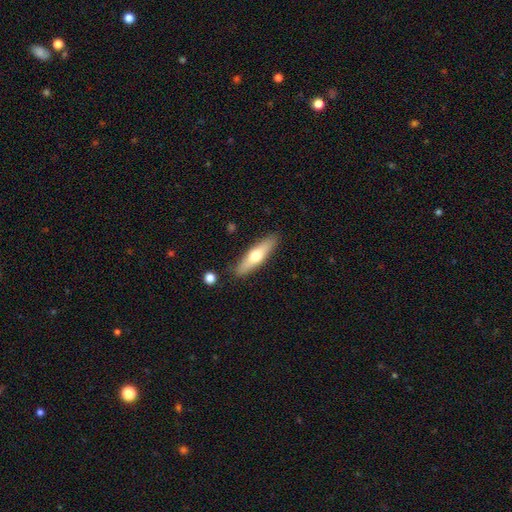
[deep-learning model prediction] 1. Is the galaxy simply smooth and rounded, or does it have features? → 53% smooth, 41% featured or disk, 6% star or artifact.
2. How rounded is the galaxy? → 71% cigar-shaped, 27% in between, 2% round.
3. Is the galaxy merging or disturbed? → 86% none, 9% minor disturbance, 2% merger, 2% major disturbance.